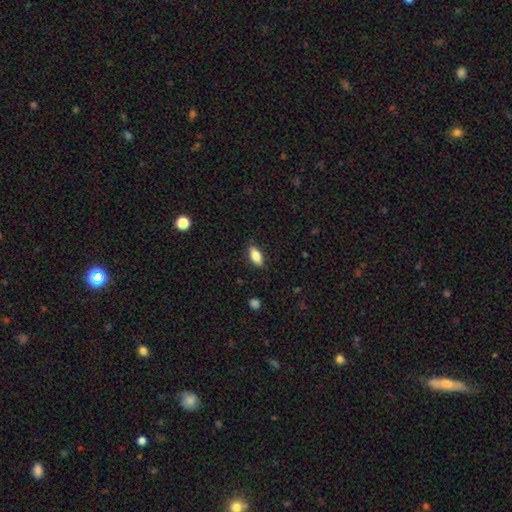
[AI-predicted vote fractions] Q: Smooth or featured?
A: smooth (82%); runner-up: featured or disk (11%)
Q: How rounded?
A: in between (85%); runner-up: cigar-shaped (12%)
Q: Merging?
A: none (85%); runner-up: minor disturbance (11%)